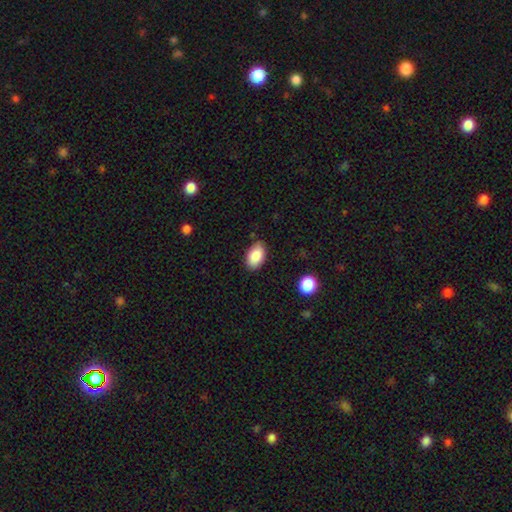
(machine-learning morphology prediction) Q: Smooth or featured?
A: smooth (86%); runner-up: star or artifact (7%)
Q: How rounded?
A: in between (93%); runner-up: round (6%)
Q: Merging?
A: none (85%); runner-up: minor disturbance (12%)